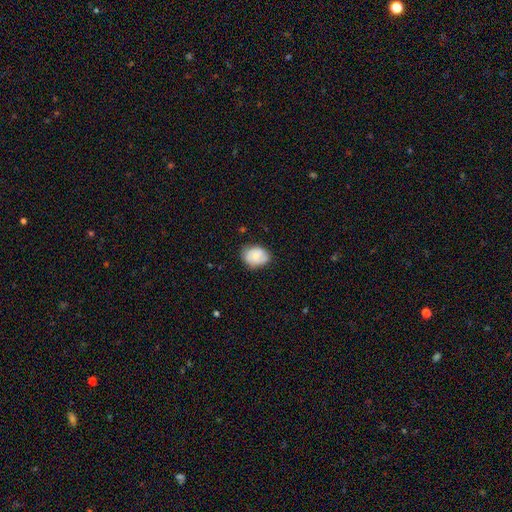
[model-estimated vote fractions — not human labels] The model was most divided on "how rounded": in between: 62%, round: 37%, cigar-shaped: 1%. More confident: merging — none (71%); smooth or featured — smooth (70%).